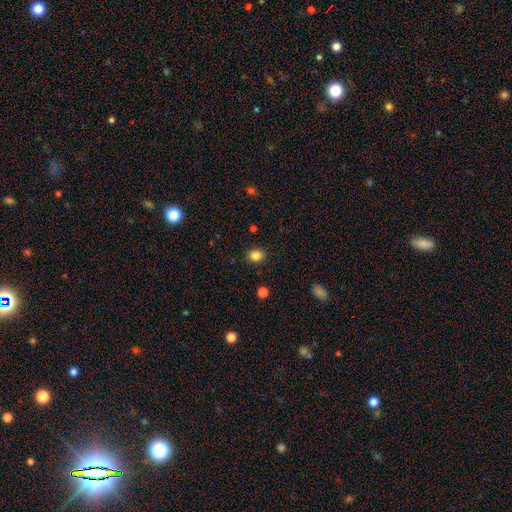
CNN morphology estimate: smooth_or_featured: smooth (p=0.84) [alt: star or artifact p=0.11]
how_rounded: round (p=0.65) [alt: in between p=0.35]
merging: none (p=0.89) [alt: minor disturbance p=0.08]